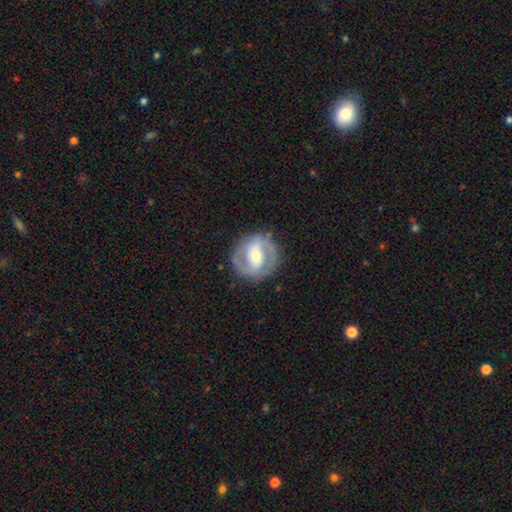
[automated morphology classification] Smooth or featured? Predicted: featured or disk (p=0.78). Edge-on disk? Predicted: no (p=0.97). Bar? Predicted: strong (p=0.38, tied with weak). Spiral arms? Predicted: yes (p=0.77). Spiral winding? Predicted: tight (p=0.46). Spiral arm count? Predicted: 2 (p=0.84). Bulge size? Predicted: moderate (p=0.60). Merging? Predicted: none (p=0.84).